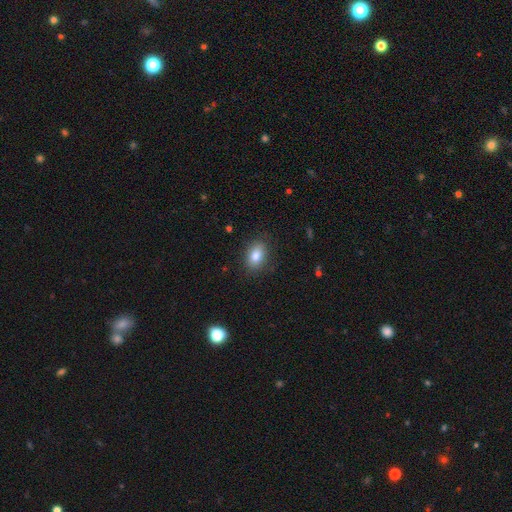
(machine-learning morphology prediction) Smooth or featured? Predicted: smooth (p=0.83). How rounded? Predicted: in between (p=0.82). Merging? Predicted: none (p=0.85).